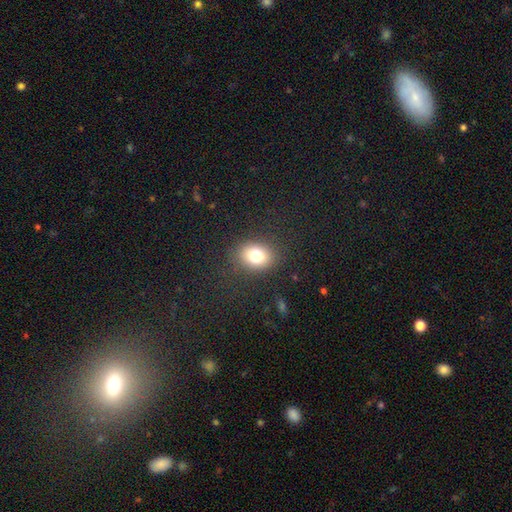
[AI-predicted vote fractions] Smooth or featured? Predicted: smooth (p=0.79). How rounded? Predicted: in between (p=0.59). Merging? Predicted: none (p=0.85).